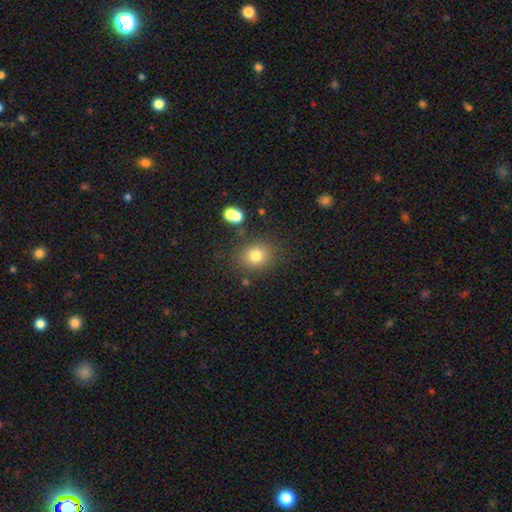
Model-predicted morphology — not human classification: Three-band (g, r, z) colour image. It shows a smooth galaxy with no disk features (78%) that is round (68%). Merging: none (81%).